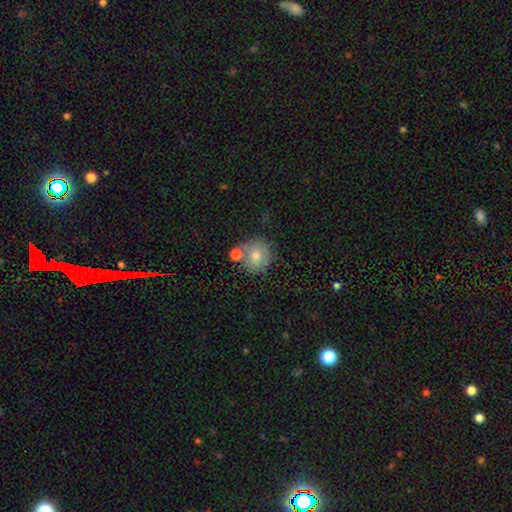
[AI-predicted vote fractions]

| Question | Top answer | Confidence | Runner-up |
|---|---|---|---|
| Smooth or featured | smooth | 70% | featured or disk (20%) |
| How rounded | round | 91% | in between (8%) |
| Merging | none | 60% | merger (21%) |